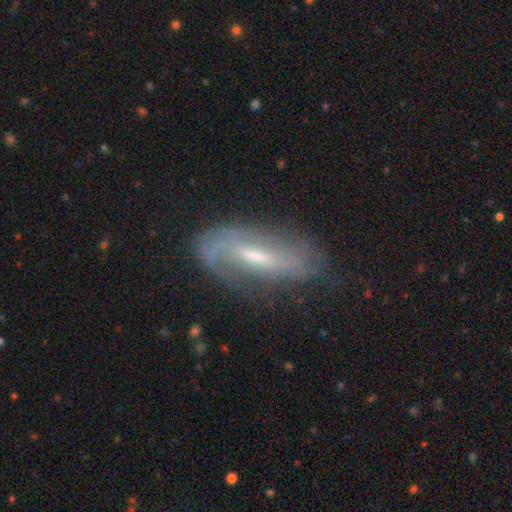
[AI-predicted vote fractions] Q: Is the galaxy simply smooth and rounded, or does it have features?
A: featured or disk — 70%.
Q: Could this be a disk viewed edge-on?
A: no — 82%.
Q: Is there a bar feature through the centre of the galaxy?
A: weak — 48%.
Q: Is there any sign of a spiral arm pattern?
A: yes — 80%.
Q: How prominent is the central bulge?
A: moderate — 49%.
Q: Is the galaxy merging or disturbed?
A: none — 66%.